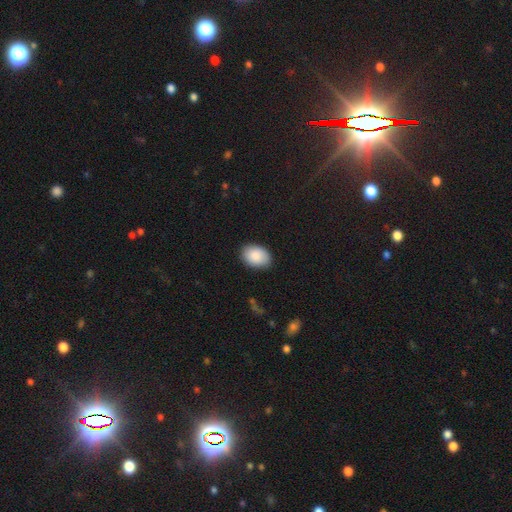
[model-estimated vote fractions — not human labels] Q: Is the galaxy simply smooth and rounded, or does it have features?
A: smooth — 89%.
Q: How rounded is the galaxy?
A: in between — 81%.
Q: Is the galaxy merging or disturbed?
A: none — 85%.